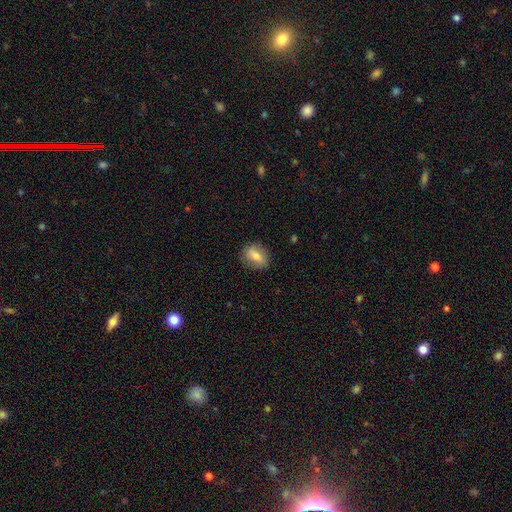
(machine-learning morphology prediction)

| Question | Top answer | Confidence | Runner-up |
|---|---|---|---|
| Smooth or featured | smooth | 67% | featured or disk (25%) |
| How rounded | in between | 60% | round (37%) |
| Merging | none | 80% | minor disturbance (15%) |